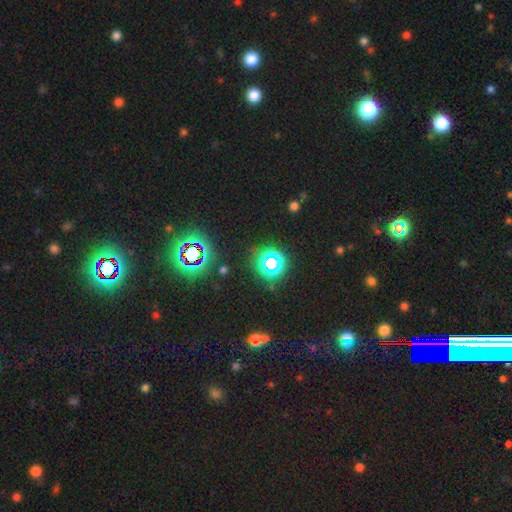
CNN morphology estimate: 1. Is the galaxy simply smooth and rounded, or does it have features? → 72% star or artifact, 21% smooth, 8% featured or disk.